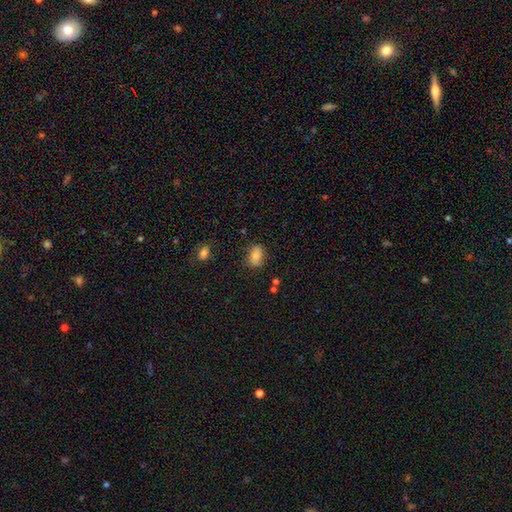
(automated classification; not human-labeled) The model was most divided on "merging": none: 74%, minor disturbance: 19%, major disturbance: 5%, merger: 3%. More confident: how rounded — in between (88%); smooth or featured — smooth (82%).